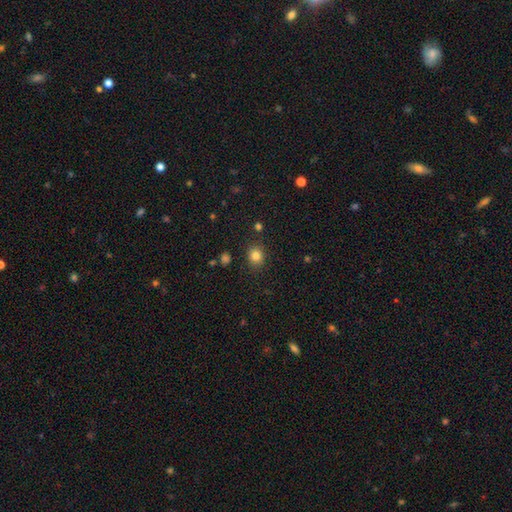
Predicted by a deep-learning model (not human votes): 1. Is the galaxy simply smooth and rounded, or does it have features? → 82% smooth, 12% star or artifact, 6% featured or disk.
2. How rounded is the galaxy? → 71% round, 28% in between, 1% cigar-shaped.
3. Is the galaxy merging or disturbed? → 86% none, 9% minor disturbance, 3% major disturbance, 2% merger.